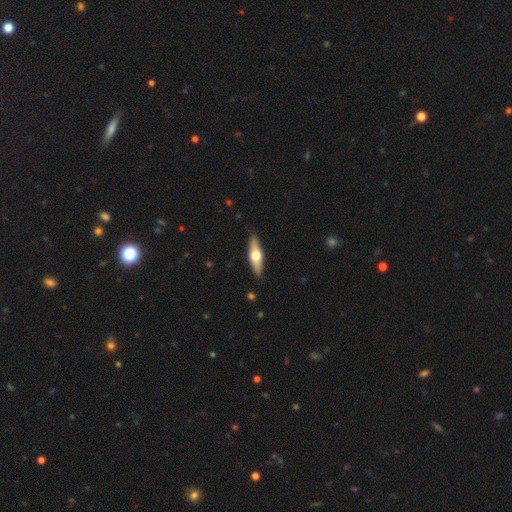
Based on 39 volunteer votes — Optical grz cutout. It shows a featured or disk galaxy (62%) viewed edge-on (88%) with a rounded central bulge (95%). Merging: none (87%).